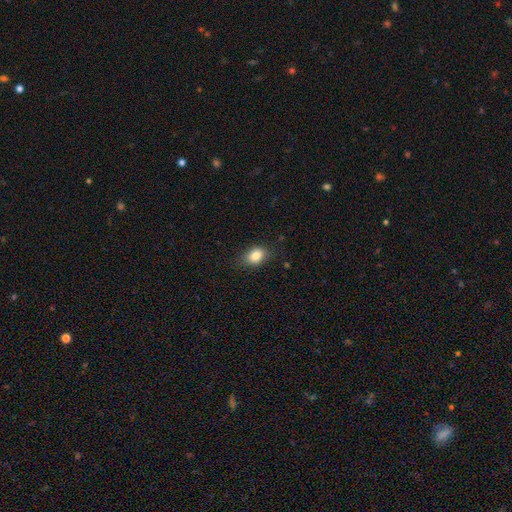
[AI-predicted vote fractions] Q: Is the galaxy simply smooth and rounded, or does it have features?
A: smooth — 83%.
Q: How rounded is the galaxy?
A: in between — 69%.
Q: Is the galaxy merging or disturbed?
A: none — 77%.